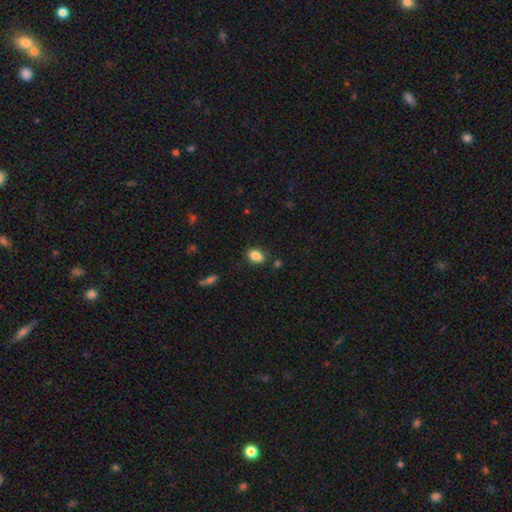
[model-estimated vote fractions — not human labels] This appears to be a smooth galaxy with no disk features (86%) that is in between round and cigar-shaped (81%). Merging: none (83%).